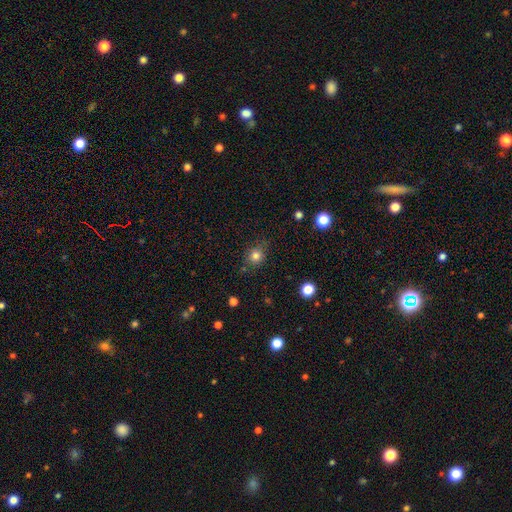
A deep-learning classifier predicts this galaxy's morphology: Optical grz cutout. It shows a smooth galaxy with no disk features (81%) that is round (77%). Merging: none (78%).